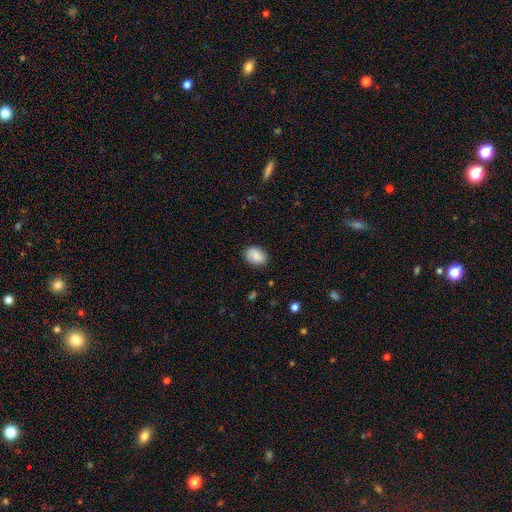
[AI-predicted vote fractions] Smooth or featured: smooth — 84% (featured or disk — 9%)
How rounded: in between — 72% (round — 27%)
Merging: none — 84% (minor disturbance — 12%)